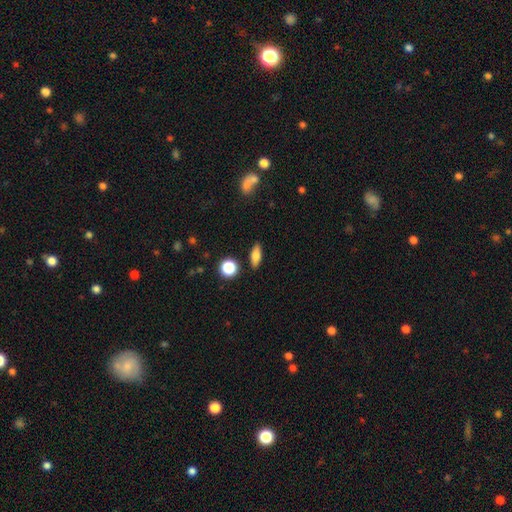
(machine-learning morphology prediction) smooth_or_featured: smooth (p=0.74) [alt: featured or disk p=0.16]
how_rounded: in between (p=0.64) [alt: cigar-shaped p=0.28]
merging: none (p=0.87) [alt: minor disturbance p=0.08]